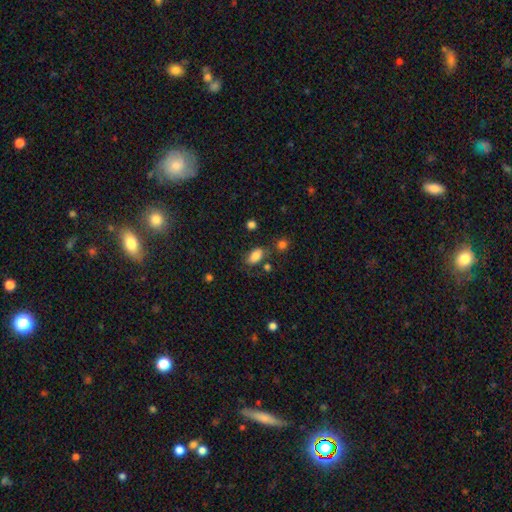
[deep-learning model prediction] smooth-or-featured: smooth: 83% | star or artifact: 9% | featured or disk: 8%
  how-rounded: in between: 90% | round: 6% | cigar-shaped: 4%
  merging: none: 69% | minor disturbance: 19% | merger: 6% | major disturbance: 6%